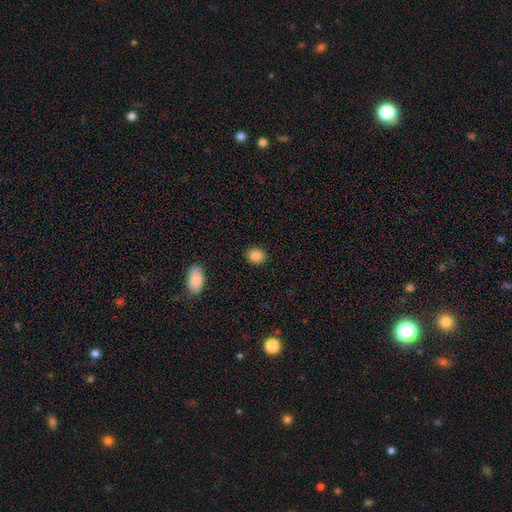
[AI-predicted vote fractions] The model was most divided on "how rounded": round: 58%, in between: 41%, cigar-shaped: 1%. More confident: merging — none (89%); smooth or featured — smooth (86%).